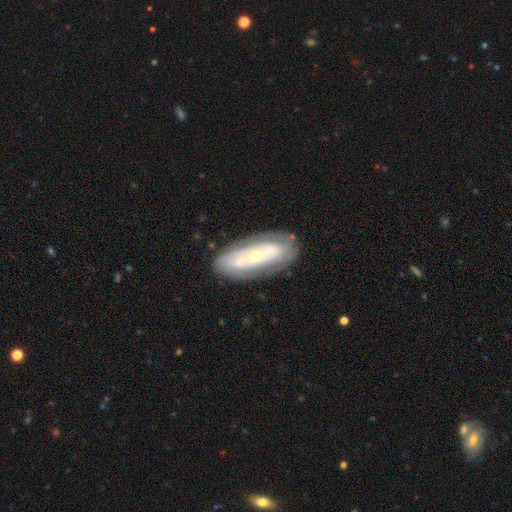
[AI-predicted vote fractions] Overall: featured or disk (68%). Edge-on disk: no (87%). Bar: no (75%). Spiral arms: yes (61%; no 39%). Bulge size: small (65%; moderate 30%). Merging: none (75%).